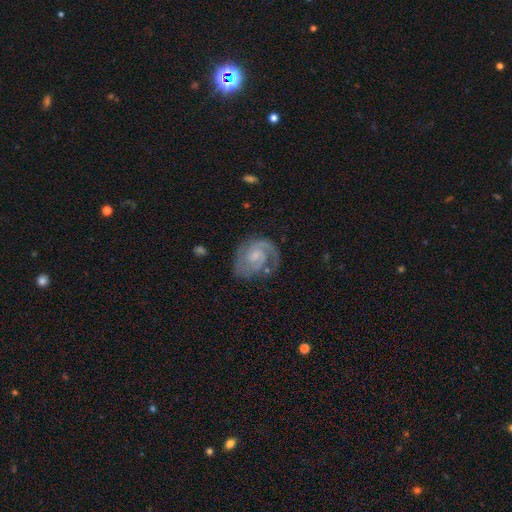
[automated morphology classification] Overall: featured or disk (85%). Edge-on disk: no (98%). Bar: no (55%; weak 39%). Spiral arms: yes (96%). Spiral arm count: 2 (70%). Spiral winding: tight (49%; medium 41%). Bulge size: small (52%; moderate 28%). Merging: none (68%).